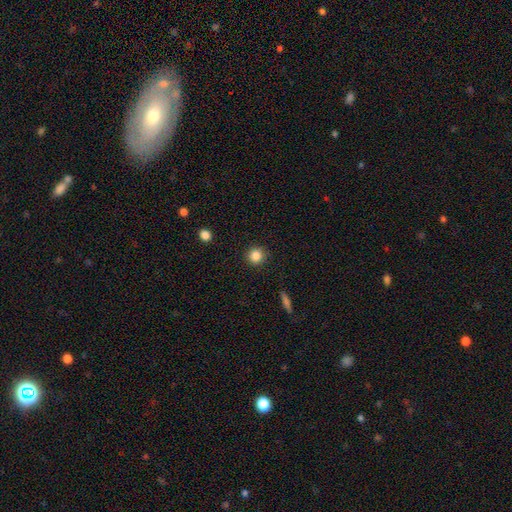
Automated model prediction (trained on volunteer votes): Morphology: type=smooth (85%); roundness=round (92%); merging=none (91%).